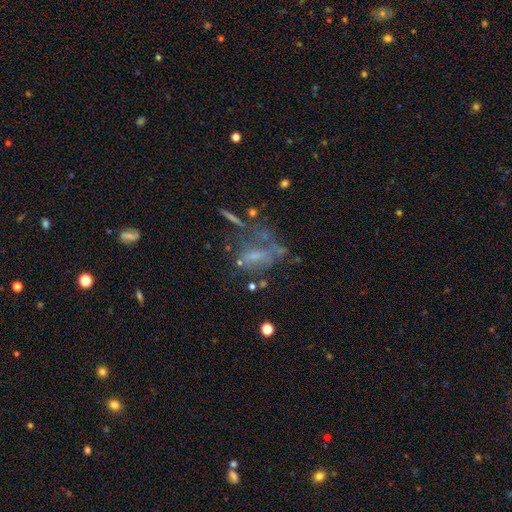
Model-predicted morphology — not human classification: This appears to be a featured or disk galaxy (50%). Merging: major disturbance (35%).